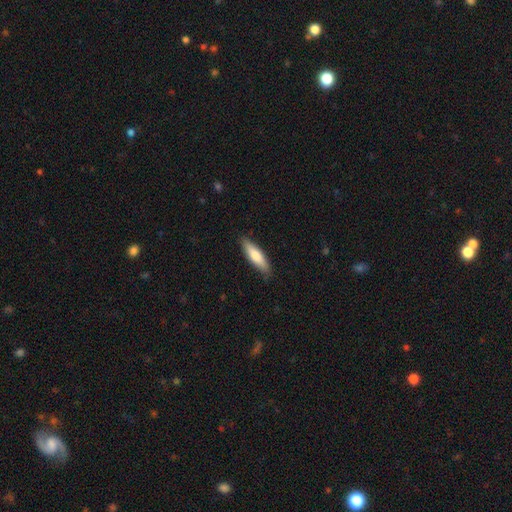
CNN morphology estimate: Smooth or featured?
  - smooth: 74% *
  - featured or disk: 21%
  - star or artifact: 5%
How rounded?
  - cigar-shaped: 64% *
  - in between: 34%
  - round: 2%
Merging?
  - none: 86% *
  - minor disturbance: 11%
  - major disturbance: 2%
  - merger: 1%